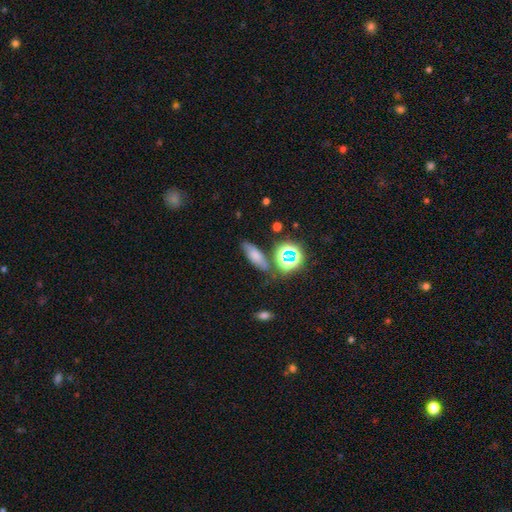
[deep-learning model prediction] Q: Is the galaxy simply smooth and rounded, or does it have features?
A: smooth — 64%.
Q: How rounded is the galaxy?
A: in between — 55%.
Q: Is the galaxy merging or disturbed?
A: none — 71%.